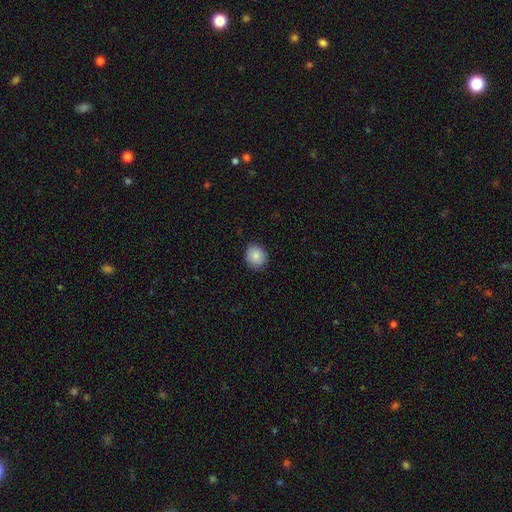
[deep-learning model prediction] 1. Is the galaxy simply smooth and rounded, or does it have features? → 87% smooth, 8% star or artifact, 5% featured or disk.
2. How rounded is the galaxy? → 78% round, 21% in between, 1% cigar-shaped.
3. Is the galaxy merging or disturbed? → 86% none, 11% minor disturbance, 2% major disturbance, 1% merger.